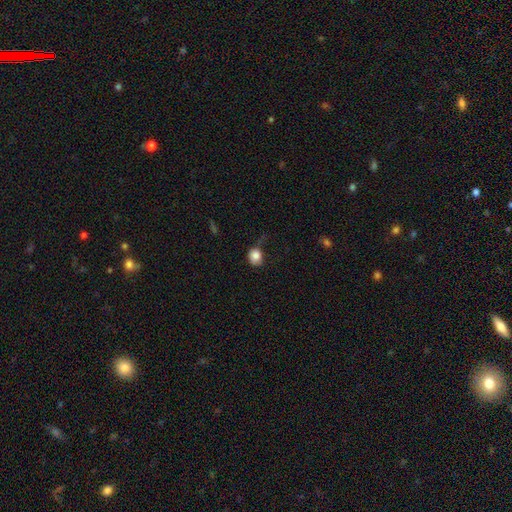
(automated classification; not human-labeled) Smooth or featured? smooth (83%)
How rounded? round (67%)
Merging? none (52%)